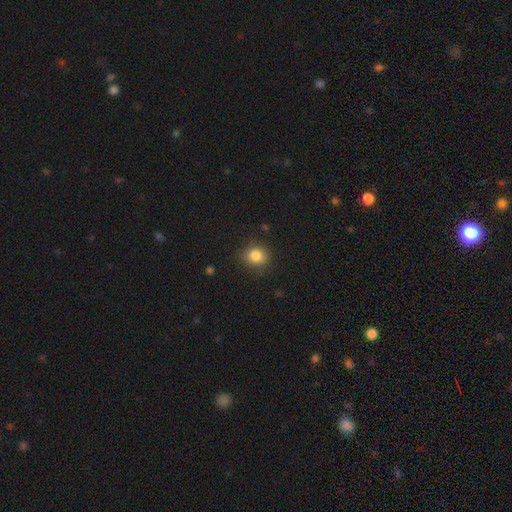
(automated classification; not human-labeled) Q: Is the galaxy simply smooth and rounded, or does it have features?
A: smooth — 84%.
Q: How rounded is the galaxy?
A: round — 70%.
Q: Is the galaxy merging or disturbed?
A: none — 82%.